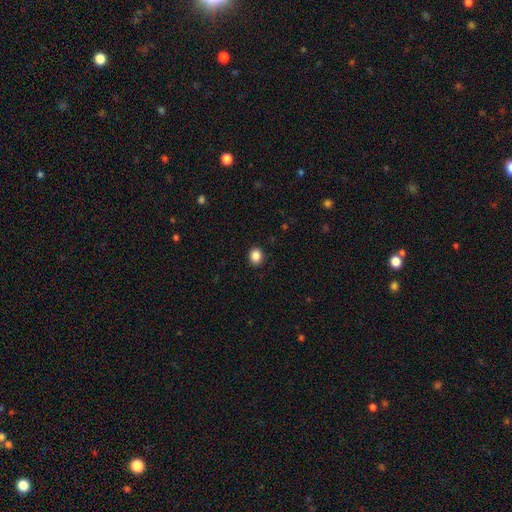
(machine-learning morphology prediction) smooth 88%, star or artifact 9%, featured or disk 3%. Down the decision tree: how rounded — round (53%); merging — none (90%).